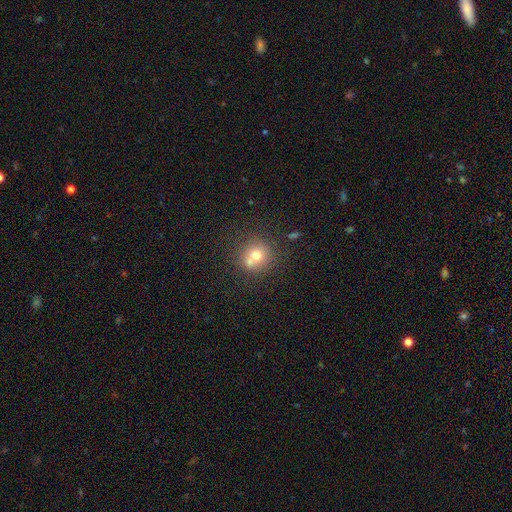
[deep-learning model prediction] Q: Smooth or featured?
A: smooth (69%); runner-up: featured or disk (19%)
Q: How rounded?
A: round (88%); runner-up: in between (11%)
Q: Merging?
A: none (52%); runner-up: merger (34%)